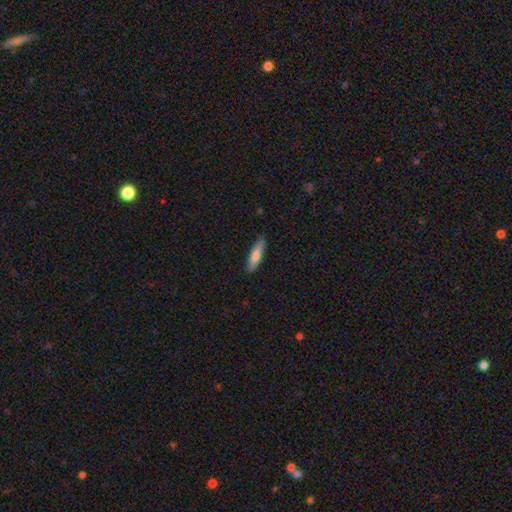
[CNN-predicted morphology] Overall: smooth (76%). How rounded: cigar-shaped (73%). Merging: none (84%).